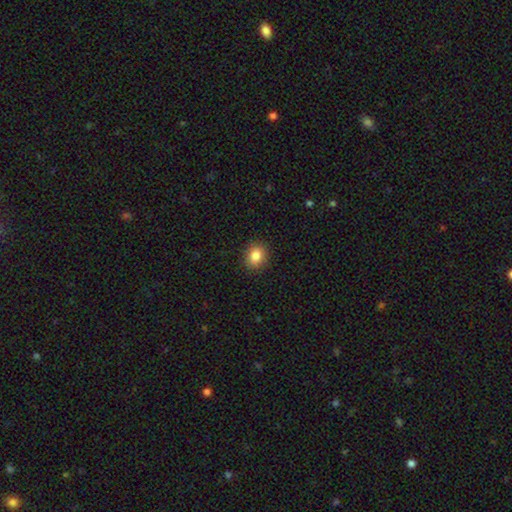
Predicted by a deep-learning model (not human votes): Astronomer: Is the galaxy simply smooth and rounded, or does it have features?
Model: smooth — 84%.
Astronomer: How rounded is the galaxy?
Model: round — 55% (runner-up: in between, 44%).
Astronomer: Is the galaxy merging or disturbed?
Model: none — 89%.